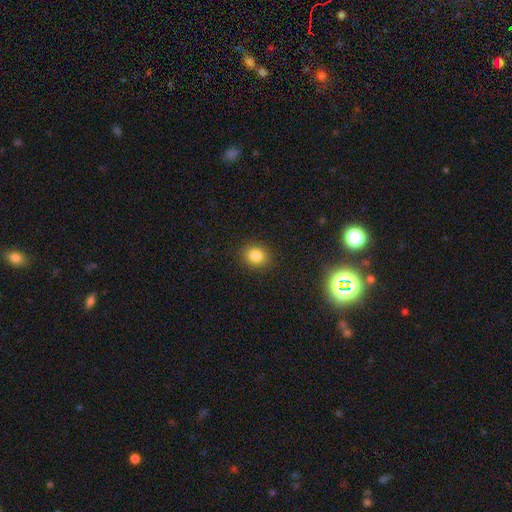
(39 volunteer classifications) smooth 85%, star or artifact 10%, featured or disk 5%. Down the decision tree: how rounded — round (79%); merging — none (94%).